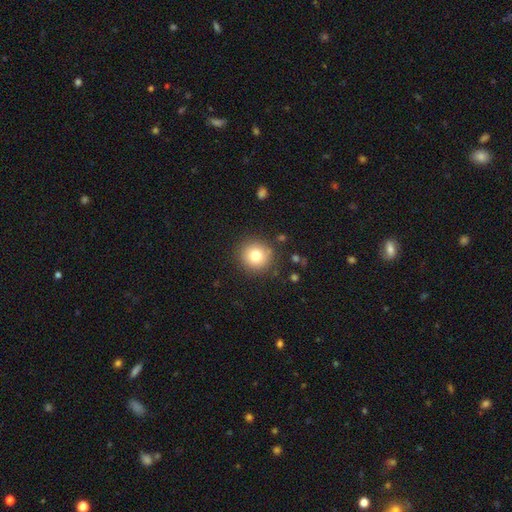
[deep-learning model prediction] Overall: smooth (78%). How rounded: round (92%). Merging: none (88%).